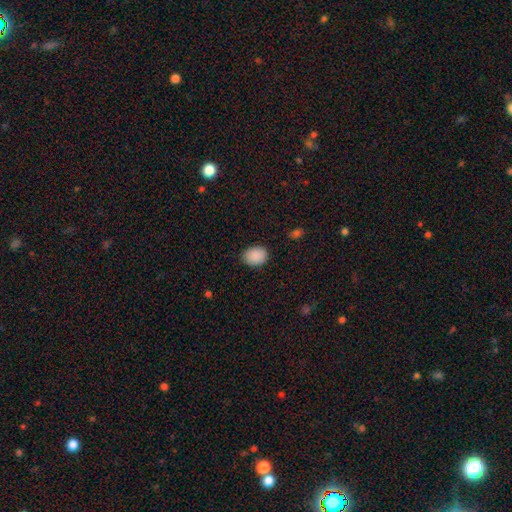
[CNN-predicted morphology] Q: Smooth or featured?
A: smooth (90%); runner-up: star or artifact (7%)
Q: How rounded?
A: in between (61%); runner-up: round (38%)
Q: Merging?
A: none (84%); runner-up: minor disturbance (13%)